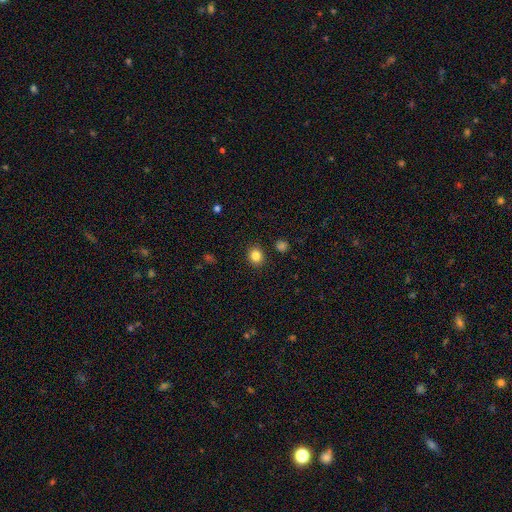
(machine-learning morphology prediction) This appears to be a smooth galaxy with no disk features (84%) that is round (76%). Merging: none (89%).